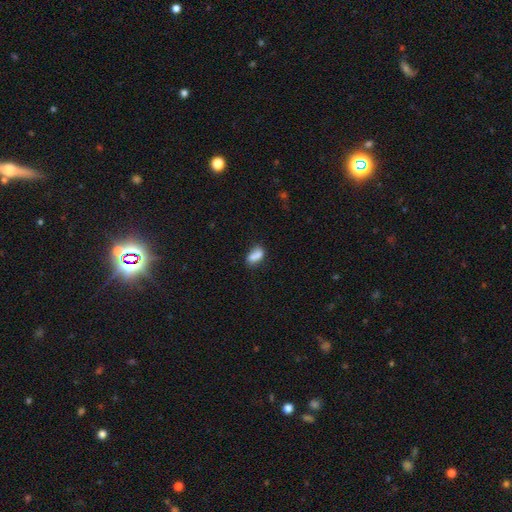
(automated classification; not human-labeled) A smooth galaxy with no disk features (81%) that is in between round and cigar-shaped (82%).

Vote fractions:
- Smooth or featured? smooth: 81% / featured or disk: 11% / star or artifact: 9%
- How rounded? in between: 82% / cigar-shaped: 11% / round: 7%
- Merging? none: 54% / minor disturbance: 24% / merger: 14% / major disturbance: 8%